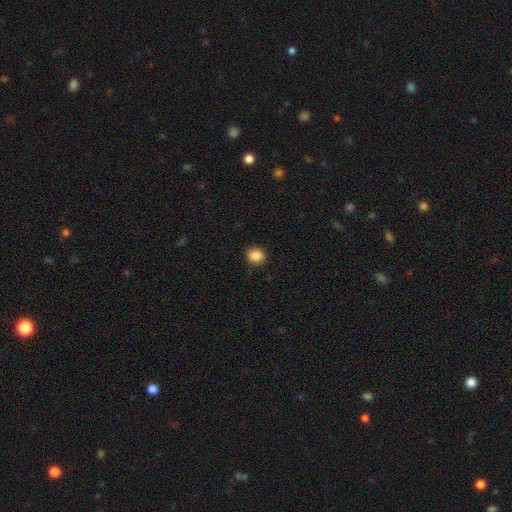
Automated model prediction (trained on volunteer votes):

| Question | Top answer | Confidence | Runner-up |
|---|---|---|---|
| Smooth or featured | smooth | 88% | star or artifact (9%) |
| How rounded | round | 82% | in between (17%) |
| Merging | none | 90% | minor disturbance (7%) |